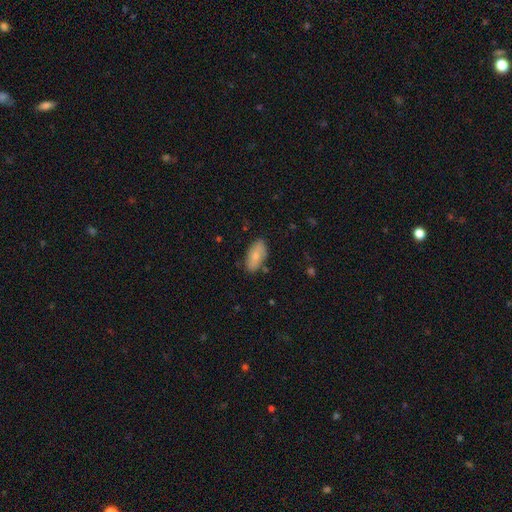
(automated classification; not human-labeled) Smooth or featured: smooth — 71% (featured or disk — 23%)
How rounded: in between — 91% (cigar-shaped — 6%)
Merging: none — 76% (minor disturbance — 17%)